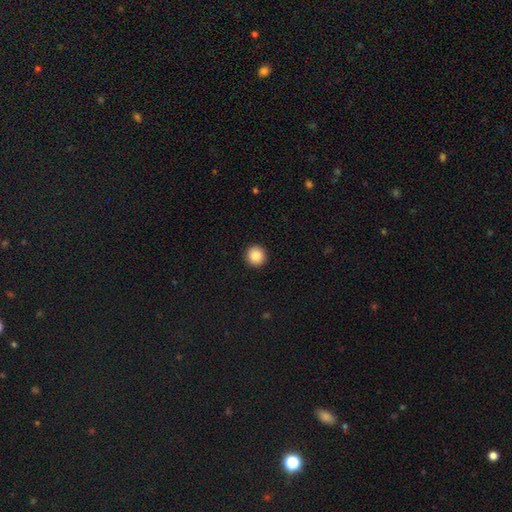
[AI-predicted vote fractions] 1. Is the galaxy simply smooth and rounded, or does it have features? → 86% smooth, 9% star or artifact, 5% featured or disk.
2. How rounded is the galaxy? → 94% round, 5% in between, 1% cigar-shaped.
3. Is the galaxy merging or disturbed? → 93% none, 4% minor disturbance, 1% major disturbance, 1% merger.